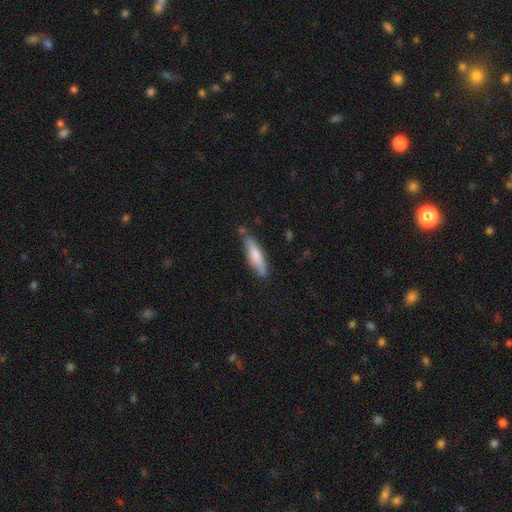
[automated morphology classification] smooth_or_featured: smooth (p=0.74) [alt: featured or disk p=0.21]
how_rounded: cigar-shaped (p=0.70) [alt: in between p=0.28]
merging: none (p=0.74) [alt: minor disturbance p=0.19]